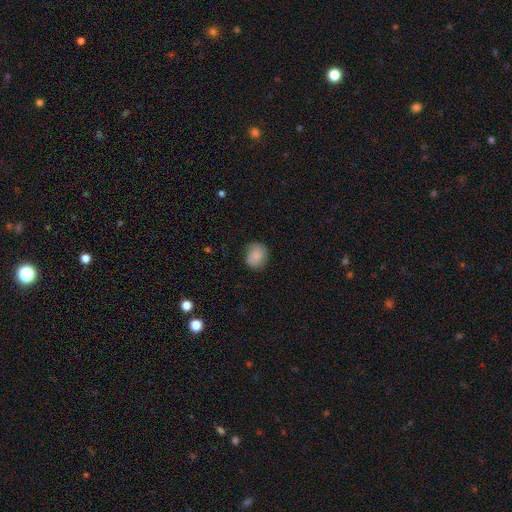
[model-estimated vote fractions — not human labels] Smooth or featured: smooth — 83% (featured or disk — 10%)
How rounded: round — 68% (in between — 31%)
Merging: none — 76% (minor disturbance — 19%)